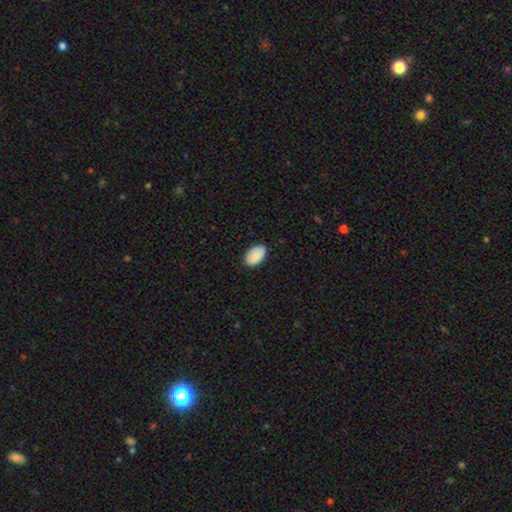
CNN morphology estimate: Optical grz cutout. It shows a smooth galaxy with no disk features (90%) that is in between round and cigar-shaped (93%). Merging: none (86%).